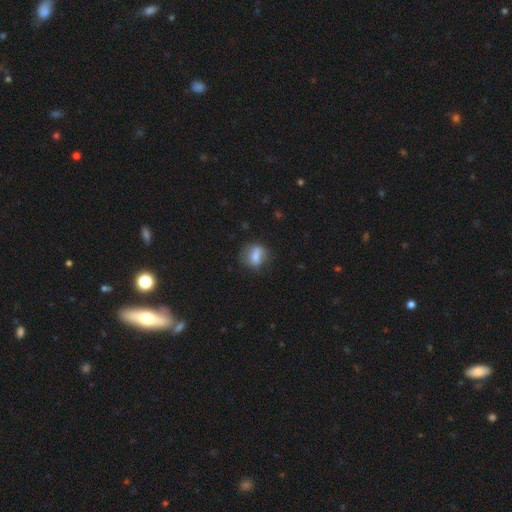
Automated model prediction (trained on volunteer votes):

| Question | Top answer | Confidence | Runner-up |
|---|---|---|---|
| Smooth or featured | smooth | 71% | featured or disk (20%) |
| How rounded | round | 50% | in between (46%) |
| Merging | none | 66% | minor disturbance (23%) |